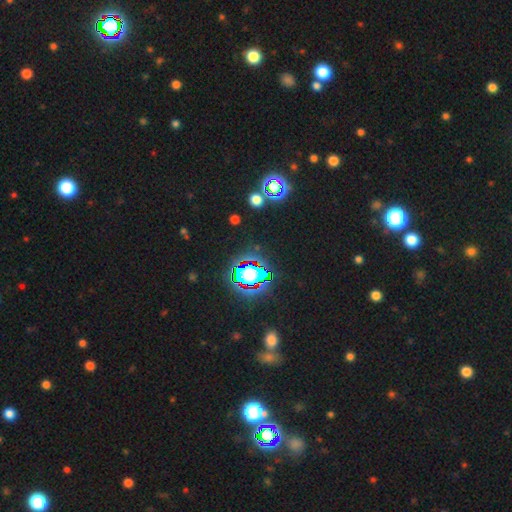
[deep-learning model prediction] smooth_or_featured: star or artifact (p=0.81) [alt: smooth p=0.11]